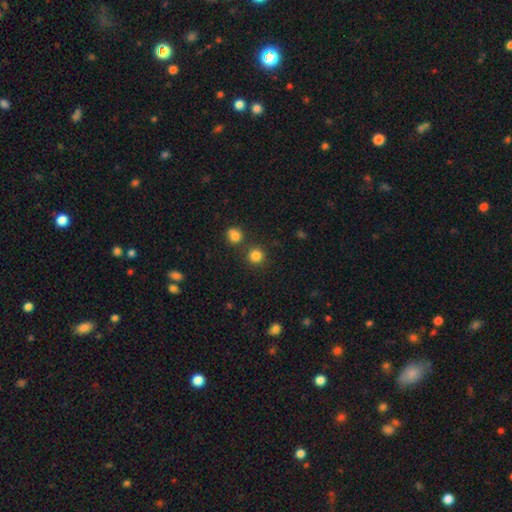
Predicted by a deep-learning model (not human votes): smooth 82%, star or artifact 13%, featured or disk 4%. Down the decision tree: how rounded — round (92%); merging — none (80%).